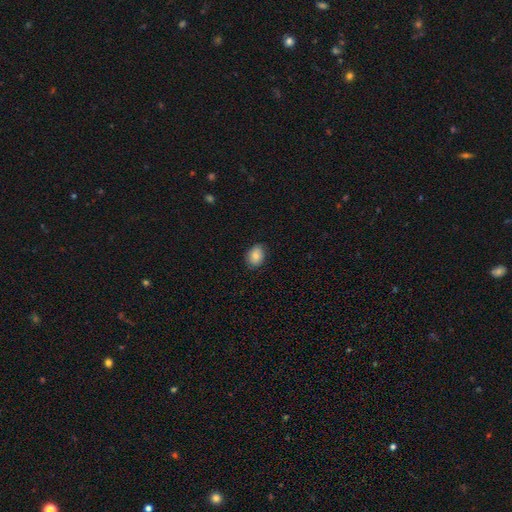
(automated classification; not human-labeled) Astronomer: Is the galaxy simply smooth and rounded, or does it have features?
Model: smooth — 82%.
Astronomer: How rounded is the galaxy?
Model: in between — 68%.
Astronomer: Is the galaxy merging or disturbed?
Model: none — 81%.